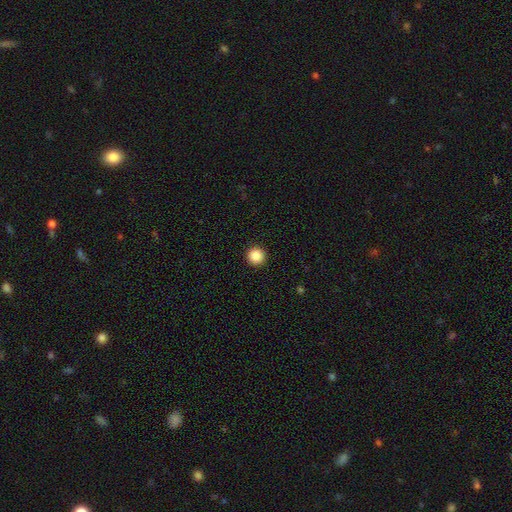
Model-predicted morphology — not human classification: This appears to be a smooth galaxy with no disk features (88%) that is round (96%). Merging: none (93%).